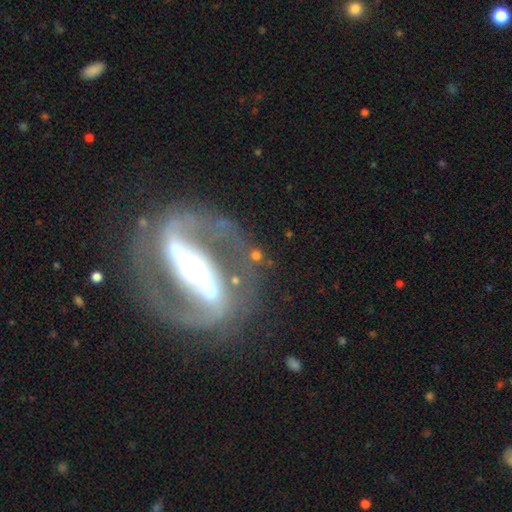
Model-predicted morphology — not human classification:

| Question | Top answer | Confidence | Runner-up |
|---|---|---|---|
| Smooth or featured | featured or disk | 69% | smooth (20%) |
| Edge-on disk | no | 79% | yes (21%) |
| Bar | strong | 46% | no (30%) |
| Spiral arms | yes | 63% | no (37%) |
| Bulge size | moderate | 53% | large (20%) |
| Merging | none | 51% | major disturbance (23%) |